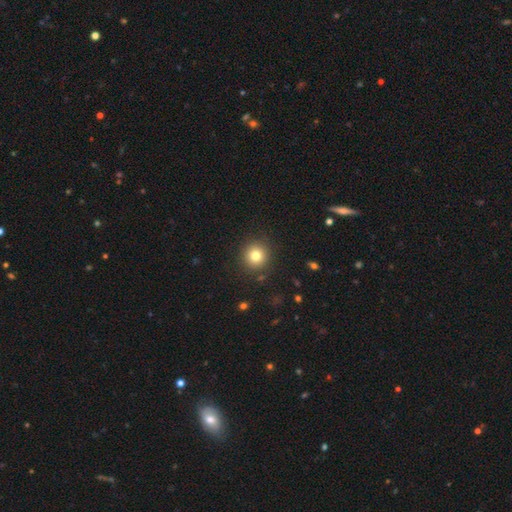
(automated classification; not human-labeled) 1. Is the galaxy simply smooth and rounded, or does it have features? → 79% smooth, 12% star or artifact, 9% featured or disk.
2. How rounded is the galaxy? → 94% round, 5% in between, 1% cigar-shaped.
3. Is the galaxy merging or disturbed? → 89% none, 6% minor disturbance, 3% major disturbance, 2% merger.